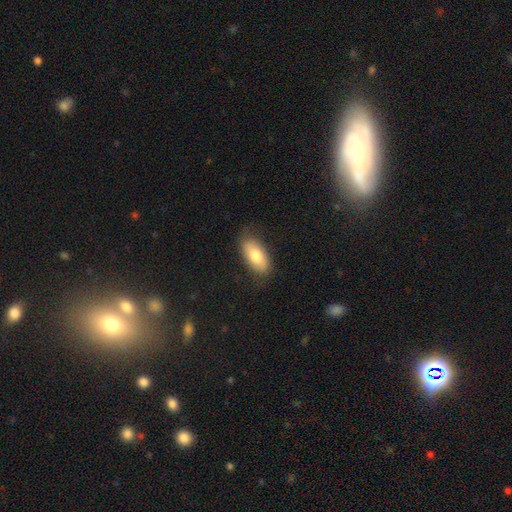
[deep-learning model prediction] A smooth galaxy with no disk features (75%) that is in between round and cigar-shaped (89%). Merging: none (79%).